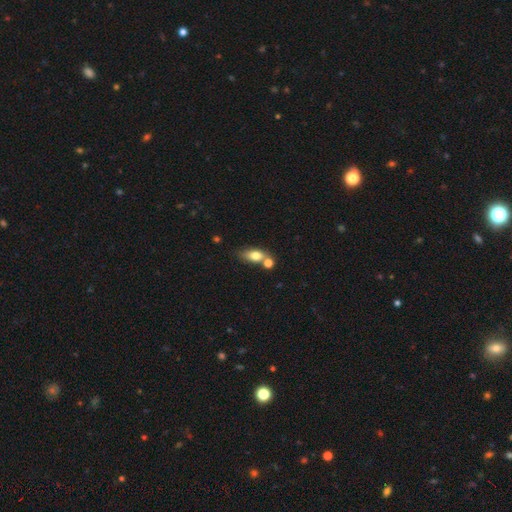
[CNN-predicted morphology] smooth_or_featured: smooth (p=0.73) [alt: featured or disk p=0.18]
how_rounded: in between (p=0.75) [alt: round p=0.13]
merging: none (p=0.49) [alt: merger p=0.31]